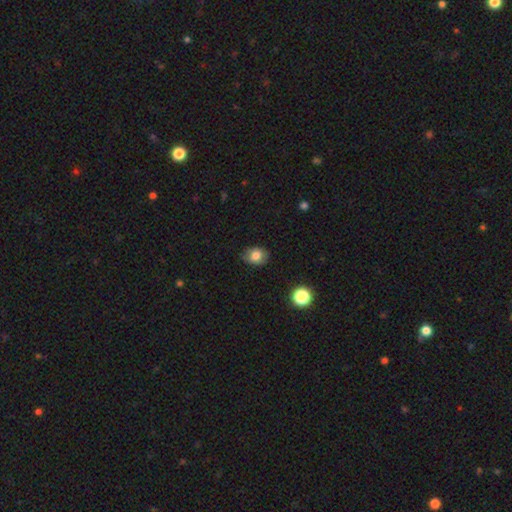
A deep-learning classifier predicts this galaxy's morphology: The model was most divided on "how rounded": in between: 59%, round: 40%, cigar-shaped: 1%. More confident: merging — none (81%); smooth or featured — smooth (81%).